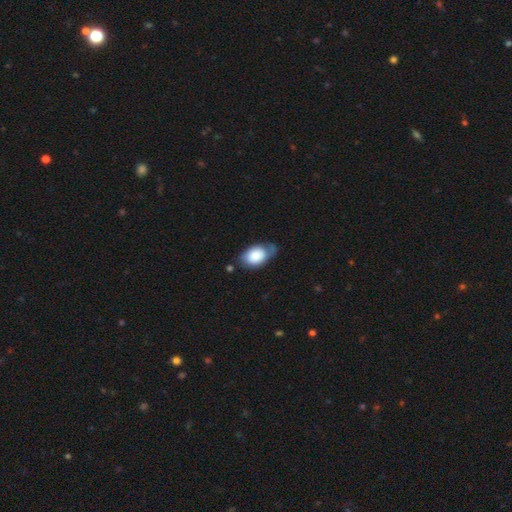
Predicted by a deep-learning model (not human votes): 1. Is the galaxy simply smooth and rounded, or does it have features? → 79% smooth, 14% featured or disk, 7% star or artifact.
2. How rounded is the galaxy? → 85% in between, 13% round, 1% cigar-shaped.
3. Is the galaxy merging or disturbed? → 50% none, 34% minor disturbance, 11% major disturbance, 5% merger.